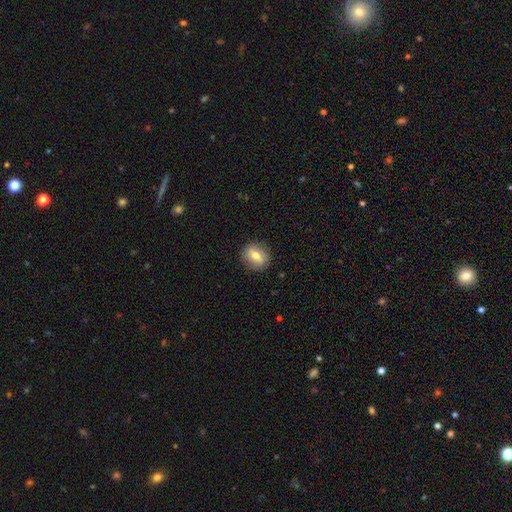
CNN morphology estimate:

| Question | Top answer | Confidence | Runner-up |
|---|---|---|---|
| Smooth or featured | smooth | 61% | featured or disk (30%) |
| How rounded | round | 75% | in between (24%) |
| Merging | none | 86% | minor disturbance (10%) |